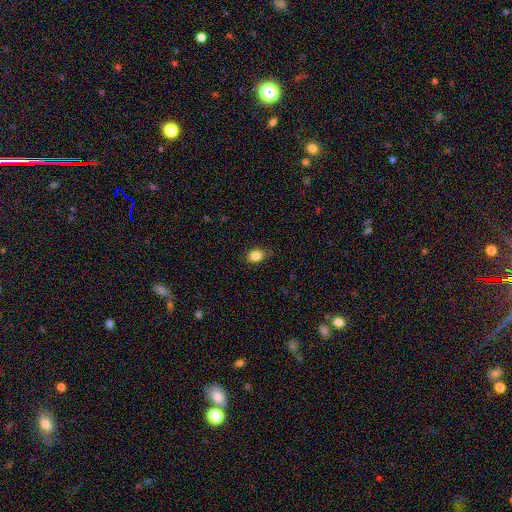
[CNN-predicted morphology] A smooth galaxy with no disk features (85%) that is in between round and cigar-shaped (64%).

Vote fractions:
- Smooth or featured? smooth: 85% / star or artifact: 9% / featured or disk: 6%
- How rounded? in between: 64% / round: 35% / cigar-shaped: 1%
- Merging? none: 80% / minor disturbance: 16% / major disturbance: 3% / merger: 1%